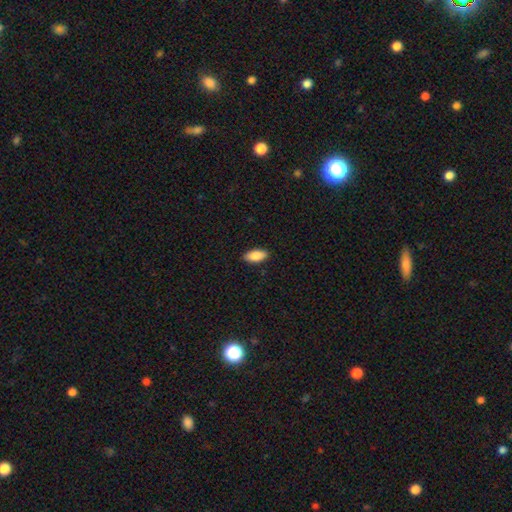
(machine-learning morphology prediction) Q: Smooth or featured?
A: smooth (87%); runner-up: featured or disk (7%)
Q: How rounded?
A: in between (92%); runner-up: cigar-shaped (6%)
Q: Merging?
A: none (89%); runner-up: minor disturbance (8%)